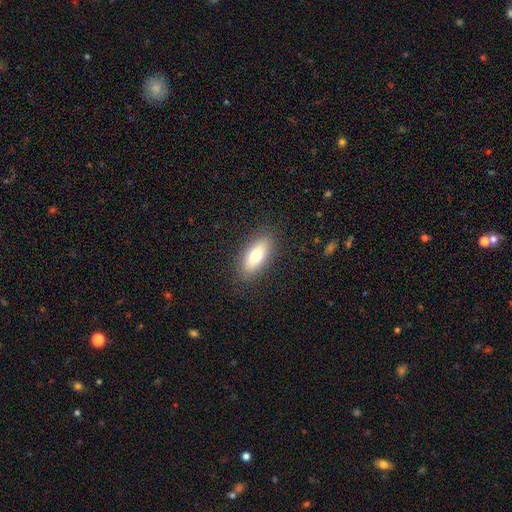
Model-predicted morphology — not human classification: Smooth or featured: smooth — 72% (featured or disk — 21%)
How rounded: in between — 80% (cigar-shaped — 16%)
Merging: none — 88% (minor disturbance — 9%)